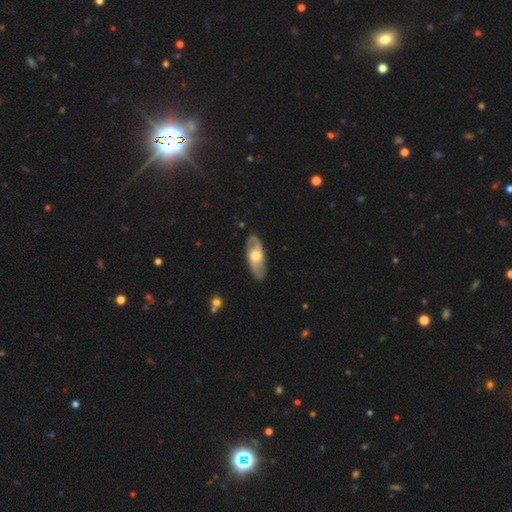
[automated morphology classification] smooth_or_featured: featured or disk (p=0.60) [alt: smooth p=0.35]
disk_edge_on: no (p=0.76) [alt: yes p=0.24]
merging: none (p=0.85) [alt: minor disturbance p=0.11]